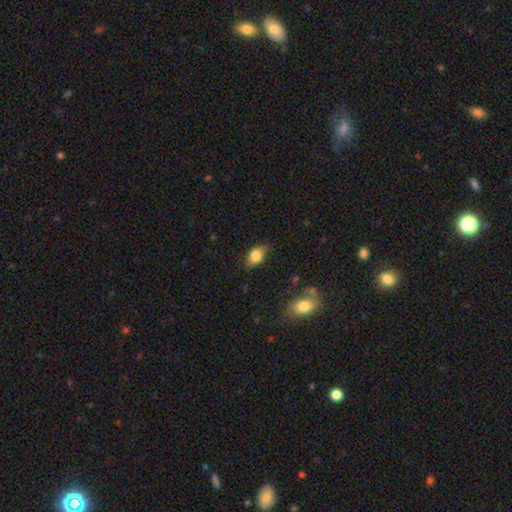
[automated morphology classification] smooth 83%, featured or disk 9%, star or artifact 8%. Down the decision tree: how rounded — in between (82%); merging — none (76%).